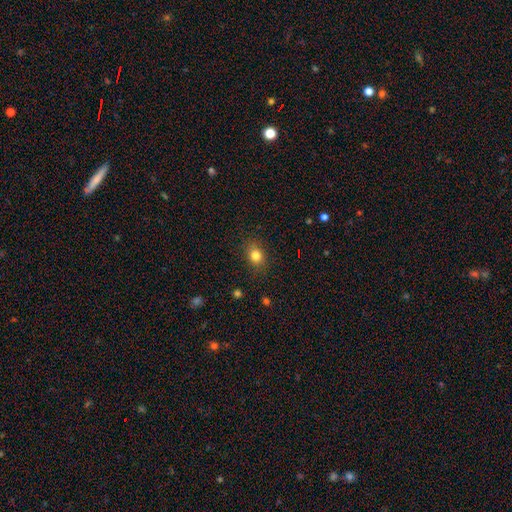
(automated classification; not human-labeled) A smooth galaxy with no disk features (81%) that is round (51%). Merging: none (85%).